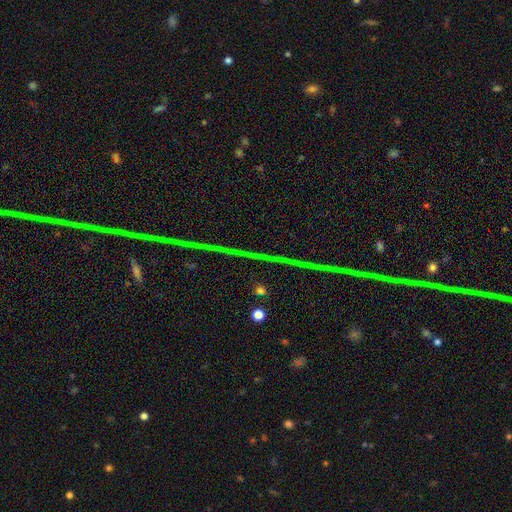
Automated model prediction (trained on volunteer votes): A star or artifact, not a galaxy (82%).

Vote fractions:
- Smooth or featured? star or artifact: 82% / featured or disk: 11% / smooth: 7%